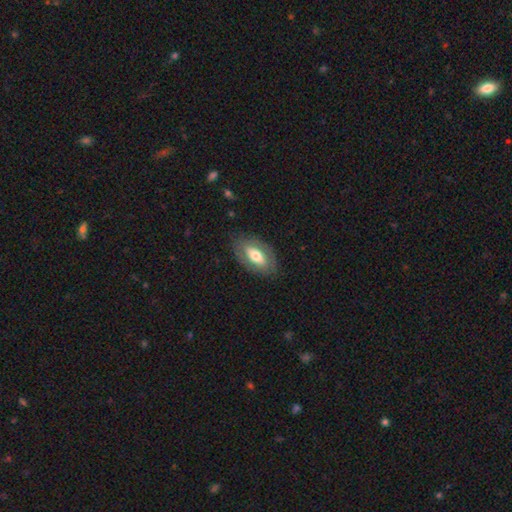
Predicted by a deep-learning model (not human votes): Smooth or featured? Predicted: smooth (p=0.51). How rounded? Predicted: in between (p=0.91). Merging? Predicted: none (p=0.80).